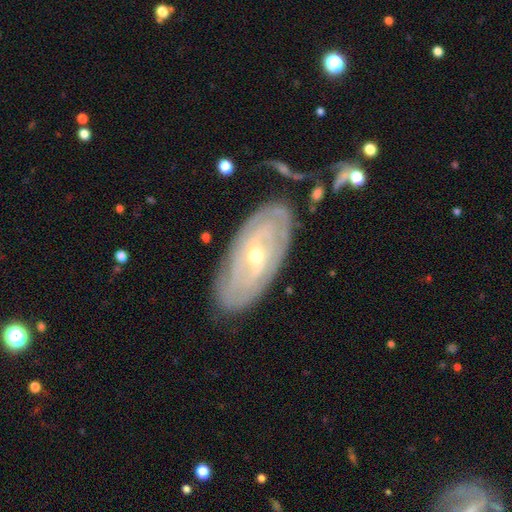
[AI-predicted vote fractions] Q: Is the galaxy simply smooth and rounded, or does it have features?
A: featured or disk — 81%.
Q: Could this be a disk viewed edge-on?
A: no — 91%.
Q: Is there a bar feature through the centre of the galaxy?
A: no — 40%, tied with weak.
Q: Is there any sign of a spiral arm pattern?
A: yes — 83%.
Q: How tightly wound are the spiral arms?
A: tight — 73%.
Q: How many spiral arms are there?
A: can't tell — 49%.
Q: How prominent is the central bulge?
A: small — 61%.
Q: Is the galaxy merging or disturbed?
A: none — 81%.